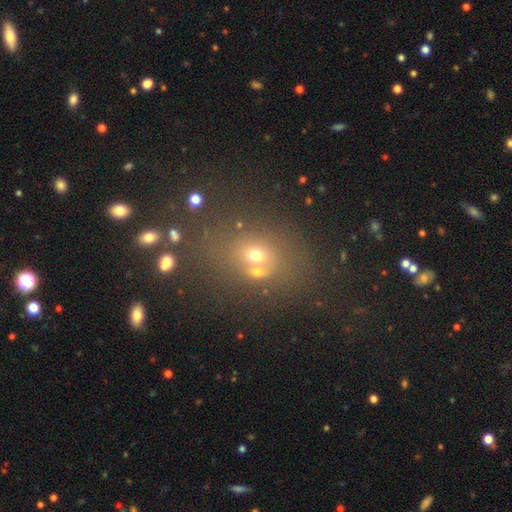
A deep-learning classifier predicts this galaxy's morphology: Overall: smooth (61%; star or artifact 22%). How rounded: round (51%; in between 47%). Merging: none (52%; merger 27%).